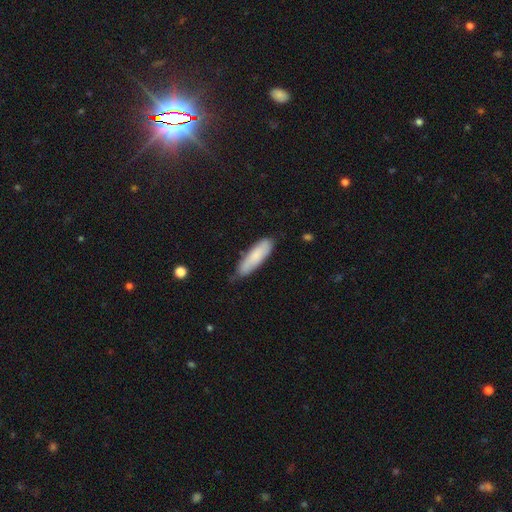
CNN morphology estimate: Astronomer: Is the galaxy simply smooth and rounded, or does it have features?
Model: smooth — 79%.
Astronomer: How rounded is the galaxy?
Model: cigar-shaped — 61% (runner-up: in between, 37%).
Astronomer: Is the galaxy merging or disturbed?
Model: none — 73%.